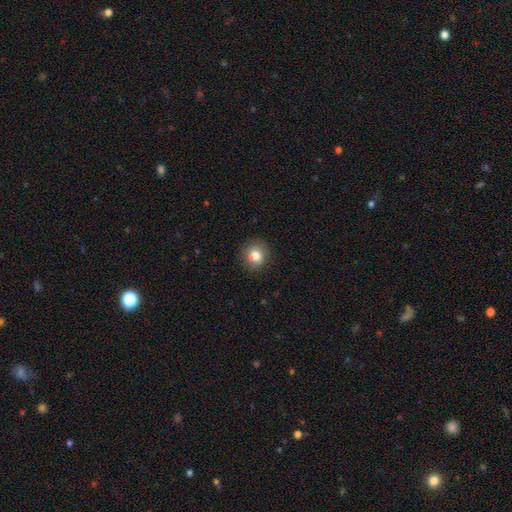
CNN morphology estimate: Smooth or featured: smooth — 80% (star or artifact — 11%)
How rounded: round — 84% (in between — 15%)
Merging: none — 83% (minor disturbance — 12%)